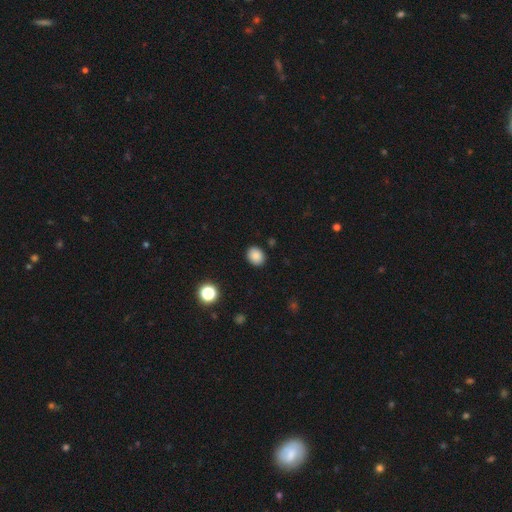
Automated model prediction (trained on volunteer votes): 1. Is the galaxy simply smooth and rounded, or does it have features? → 86% smooth, 11% star or artifact, 4% featured or disk.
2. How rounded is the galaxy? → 60% round, 39% in between, 1% cigar-shaped.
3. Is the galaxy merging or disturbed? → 89% none, 7% minor disturbance, 2% major disturbance, 1% merger.